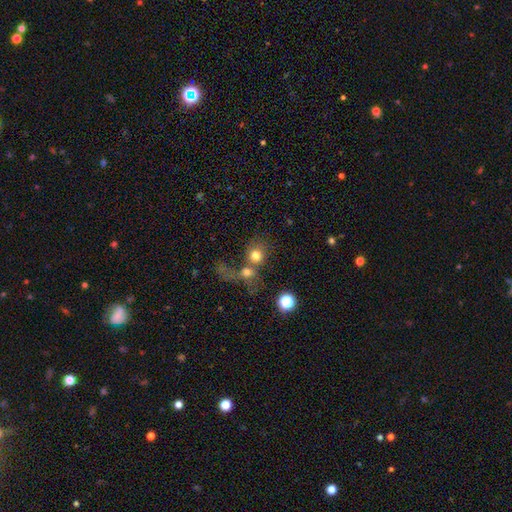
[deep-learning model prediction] Smooth or featured? smooth (73%)
How rounded? round (81%)
Merging? merger (52%)